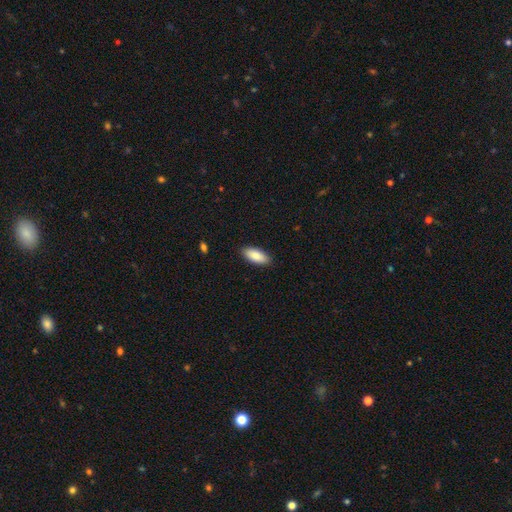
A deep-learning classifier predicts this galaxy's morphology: smooth 87%, featured or disk 7%, star or artifact 6%. Down the decision tree: how rounded — in between (85%); merging — none (88%).